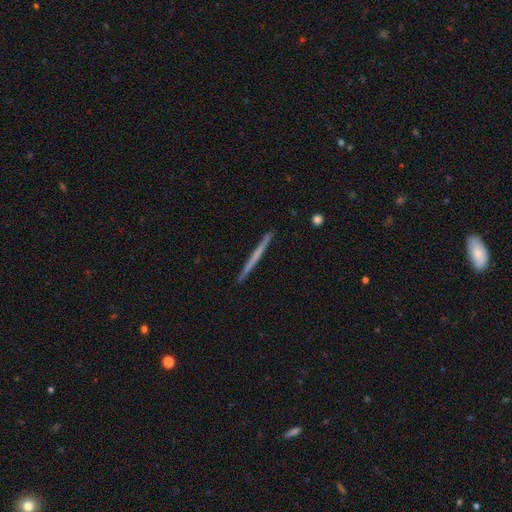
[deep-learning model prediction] Smooth or featured?
  - featured or disk: 52% *
  - smooth: 42%
  - star or artifact: 5%
Edge-on disk?
  - yes: 98% *
  - no: 2%
Edge-on bulge?
  - none: 88% *
  - rounded: 9%
  - boxy: 3%
Merging?
  - none: 92% *
  - minor disturbance: 5%
  - major disturbance: 1%
  - merger: 1%